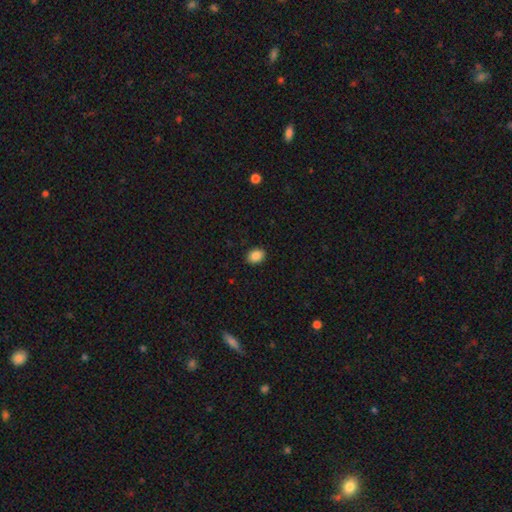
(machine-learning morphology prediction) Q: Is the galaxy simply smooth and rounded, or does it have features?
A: smooth — 88%.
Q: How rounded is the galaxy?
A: in between — 60%.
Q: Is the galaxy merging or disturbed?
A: none — 91%.